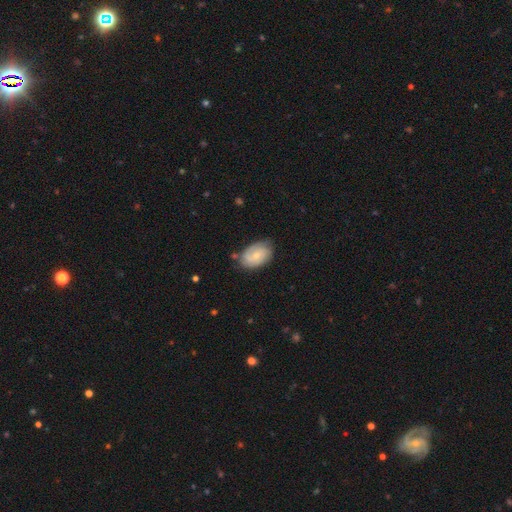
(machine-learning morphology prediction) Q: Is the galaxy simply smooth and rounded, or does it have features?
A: featured or disk — 56%.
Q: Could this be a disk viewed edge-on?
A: no — 96%.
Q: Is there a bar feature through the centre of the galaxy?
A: no — 67%.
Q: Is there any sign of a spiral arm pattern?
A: yes — 86%.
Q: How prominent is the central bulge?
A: small — 62%.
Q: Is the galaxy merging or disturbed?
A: none — 69%.